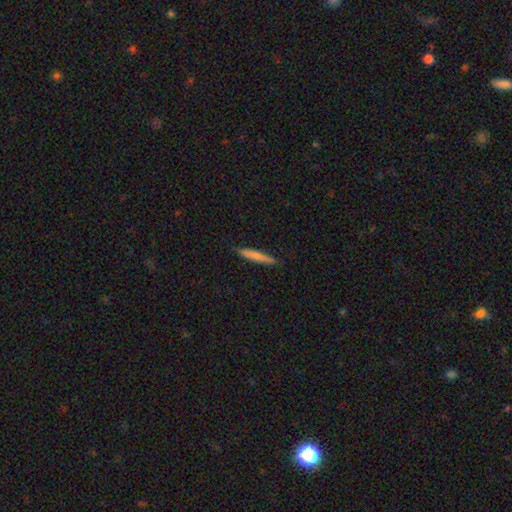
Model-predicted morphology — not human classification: Q: Smooth or featured?
A: smooth (71%); runner-up: featured or disk (23%)
Q: How rounded?
A: cigar-shaped (95%); runner-up: in between (4%)
Q: Merging?
A: none (89%); runner-up: minor disturbance (8%)